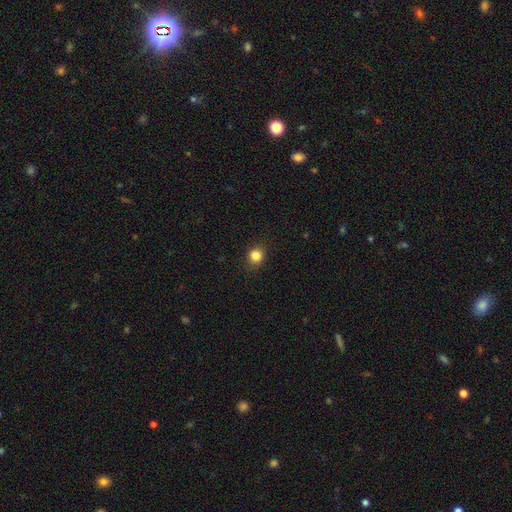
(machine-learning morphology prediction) A smooth galaxy with no disk features (84%) that is round (79%). Merging: none (86%).